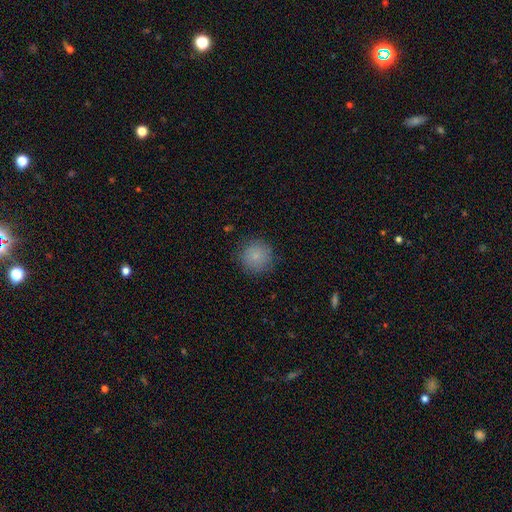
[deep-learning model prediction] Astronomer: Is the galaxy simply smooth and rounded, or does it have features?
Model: smooth — 83%.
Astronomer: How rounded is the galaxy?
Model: round — 94%.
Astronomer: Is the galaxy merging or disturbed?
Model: none — 85%.